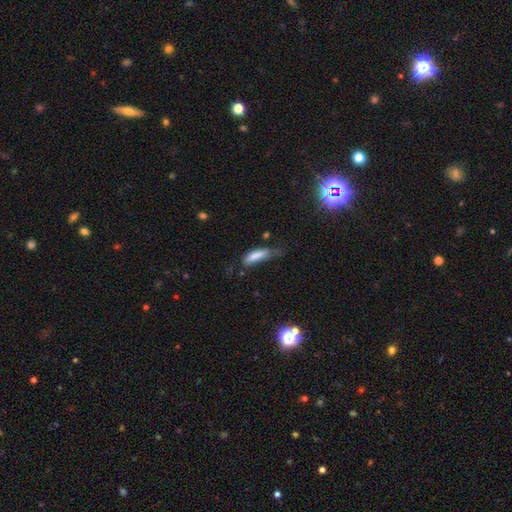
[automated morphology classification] type=smooth (77%); roundness=cigar-shaped (58%); merging=minor disturbance (37%).